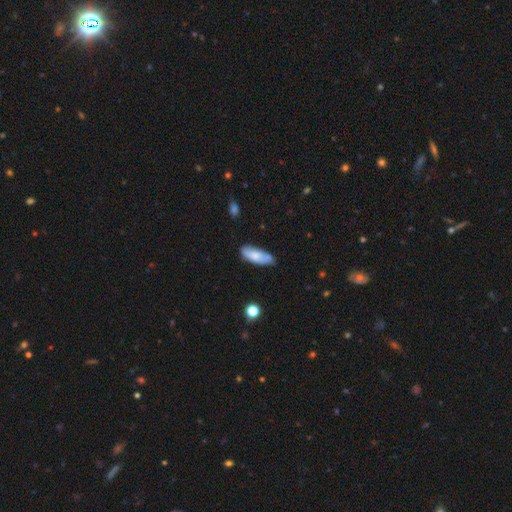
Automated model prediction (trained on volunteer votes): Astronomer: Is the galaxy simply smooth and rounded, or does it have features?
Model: smooth — 74%.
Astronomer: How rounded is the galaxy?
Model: in between — 69%.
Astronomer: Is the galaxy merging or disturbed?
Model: none — 66%.